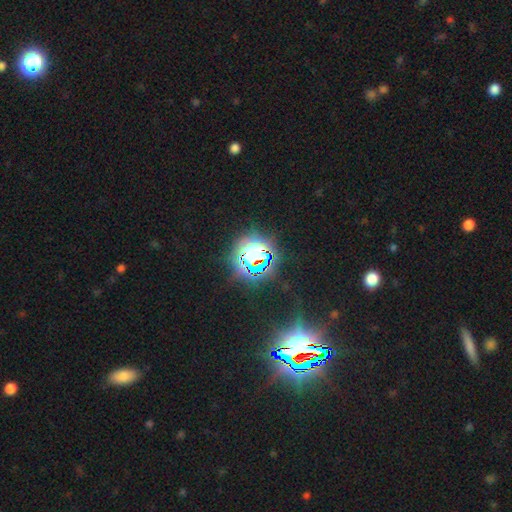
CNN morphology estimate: The model was most divided on "smooth or featured": star or artifact: 73%, smooth: 17%, featured or disk: 10%.